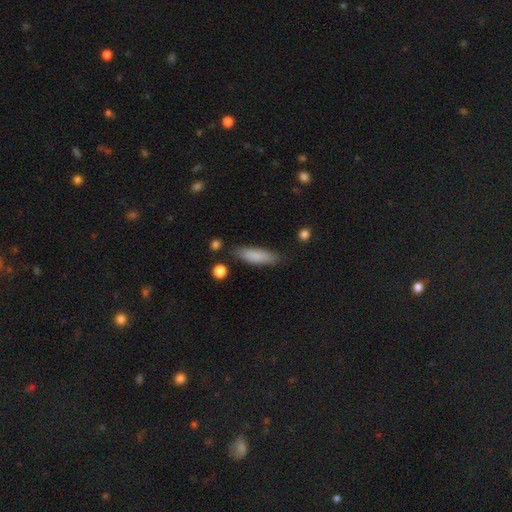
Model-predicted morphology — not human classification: This is clearly a smooth galaxy (84%). How rounded: possibly cigar-shaped (58%). Merging: clearly none (81%).